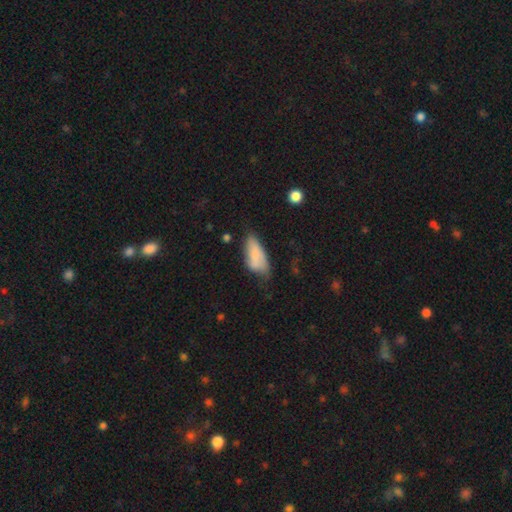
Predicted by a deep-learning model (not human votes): Smooth or featured? smooth (74%)
How rounded? in between (85%)
Merging? minor disturbance (38%)